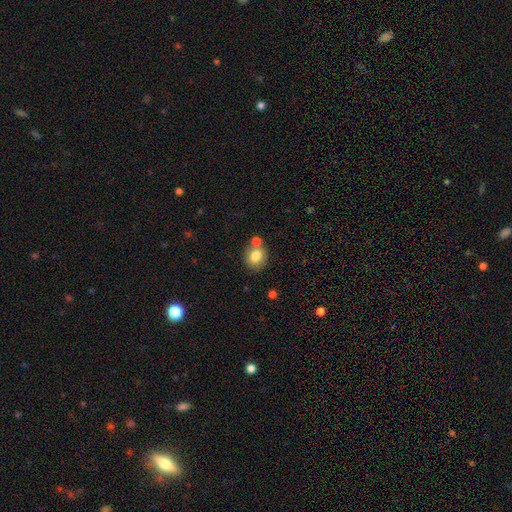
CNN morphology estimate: Smooth or featured? Predicted: smooth (p=0.80). How rounded? Predicted: round (p=0.64). Merging? Predicted: none (p=0.63).